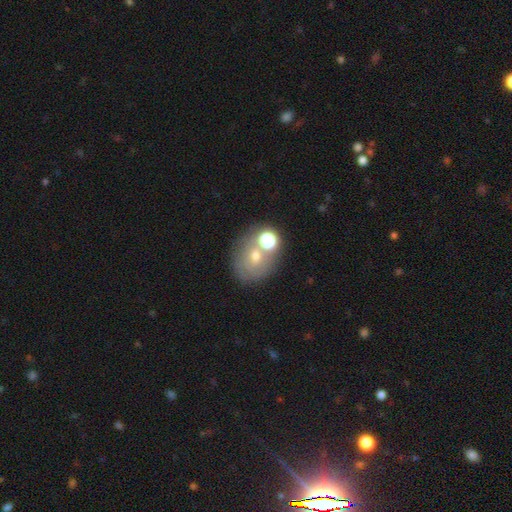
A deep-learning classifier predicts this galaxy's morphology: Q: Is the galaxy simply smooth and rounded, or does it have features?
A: smooth — 49%.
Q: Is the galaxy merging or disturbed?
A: none — 53%.